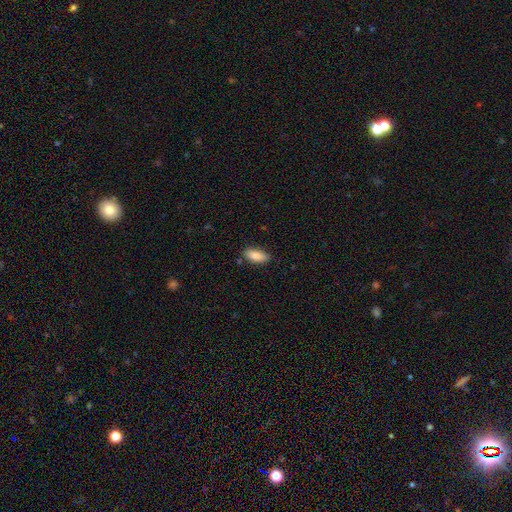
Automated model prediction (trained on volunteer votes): This appears to be a smooth galaxy with no disk features (88%) that is in between round and cigar-shaped (88%). Merging: none (83%).